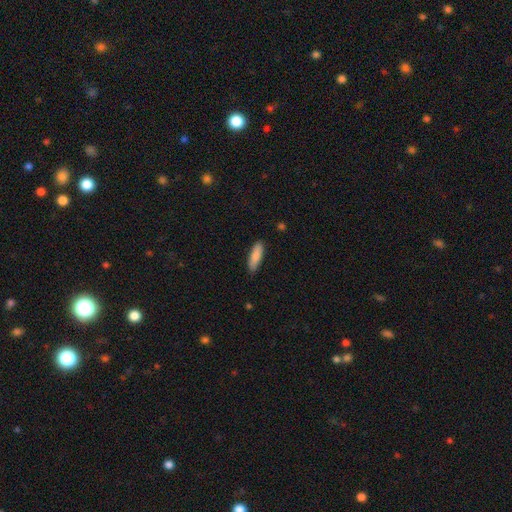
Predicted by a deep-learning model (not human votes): This is clearly a smooth galaxy (86%). How rounded: possibly cigar-shaped (57%). Merging: clearly none (86%).